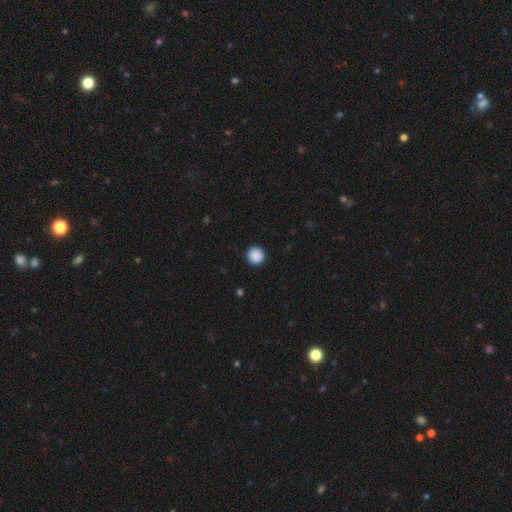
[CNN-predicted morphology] Smooth or featured? Predicted: smooth (p=0.89). How rounded? Predicted: round (p=0.95). Merging? Predicted: none (p=0.93).